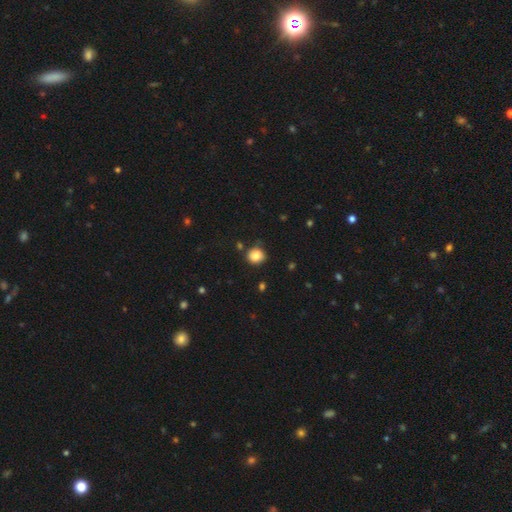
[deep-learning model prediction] Smooth or featured? Predicted: smooth (p=0.84). How rounded? Predicted: round (p=0.82). Merging? Predicted: none (p=0.81).